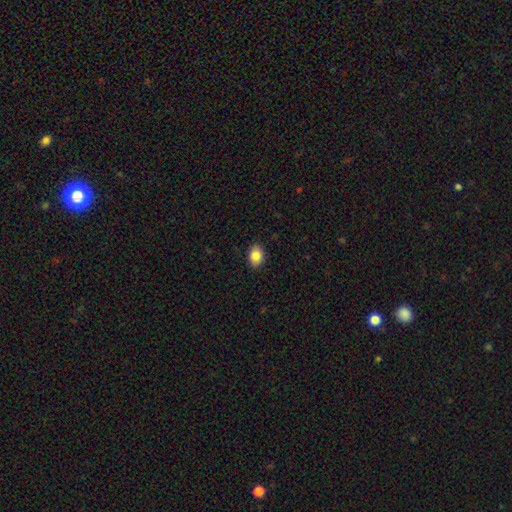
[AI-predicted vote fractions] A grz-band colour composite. It shows a smooth galaxy with no disk features (86%) that is in between round and cigar-shaped (77%). Merging: none (89%).